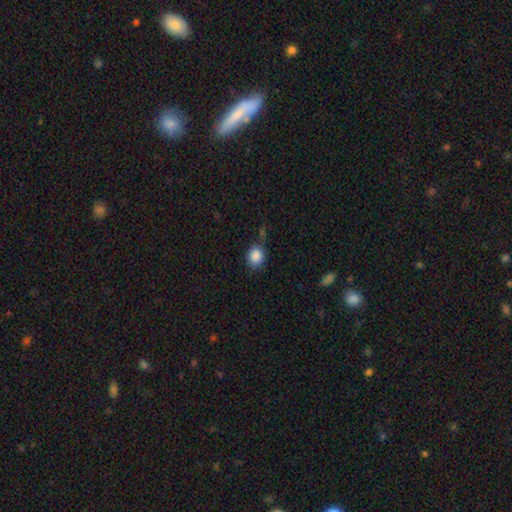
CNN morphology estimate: Overall: smooth (88%). How rounded: round (63%; in between 36%). Merging: none (71%).